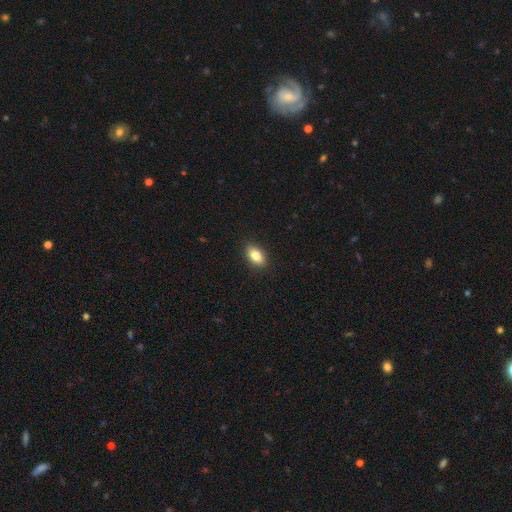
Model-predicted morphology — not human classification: Q: Smooth or featured?
A: smooth (83%); runner-up: featured or disk (9%)
Q: How rounded?
A: in between (89%); runner-up: round (8%)
Q: Merging?
A: none (90%); runner-up: minor disturbance (8%)